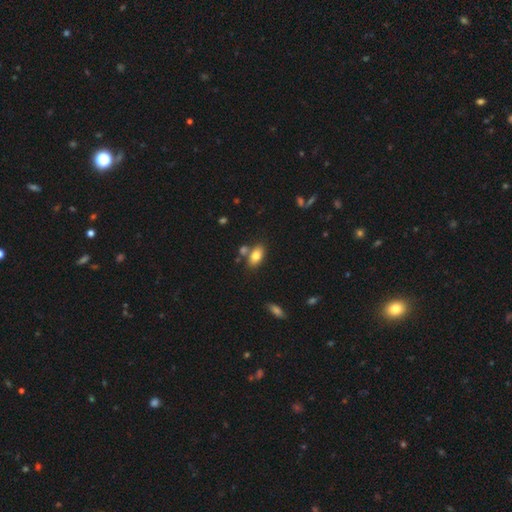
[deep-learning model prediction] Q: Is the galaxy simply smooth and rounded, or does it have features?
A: smooth — 79%.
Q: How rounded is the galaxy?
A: in between — 90%.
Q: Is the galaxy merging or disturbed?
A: none — 67%.